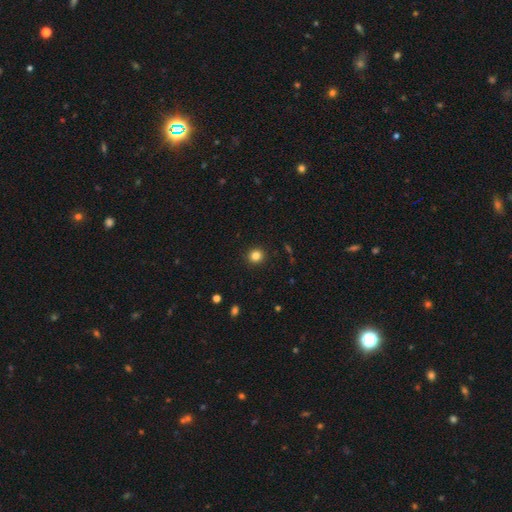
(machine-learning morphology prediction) Smooth or featured? Predicted: smooth (p=0.83). How rounded? Predicted: round (p=0.91). Merging? Predicted: none (p=0.92).